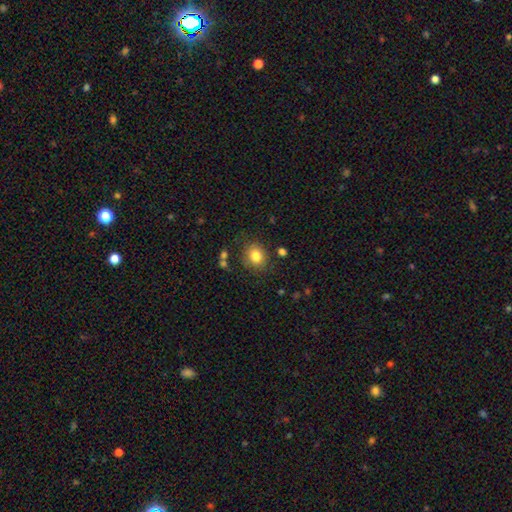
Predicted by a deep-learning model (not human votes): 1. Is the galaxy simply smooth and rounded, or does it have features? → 81% smooth, 11% star or artifact, 8% featured or disk.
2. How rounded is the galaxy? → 67% round, 32% in between, 1% cigar-shaped.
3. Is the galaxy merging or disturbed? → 81% none, 12% minor disturbance, 4% major disturbance, 4% merger.